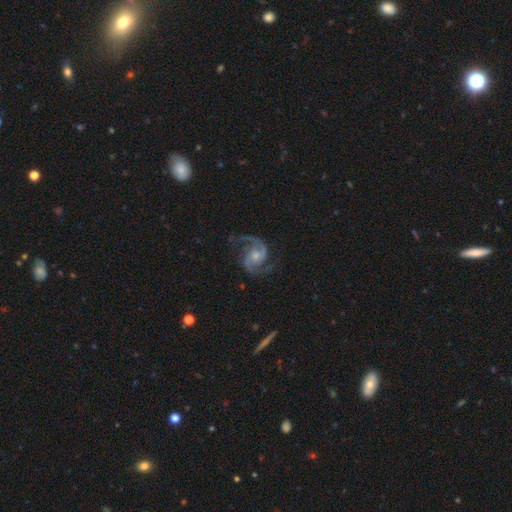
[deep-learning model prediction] Morphology: type=featured or disk (91%); edge-on=no (98%); bar=no (61%); spiral arms=yes (98%); winding=medium (59%); arm count=2 (92%); bulge=small (52%); merging=none (72%).